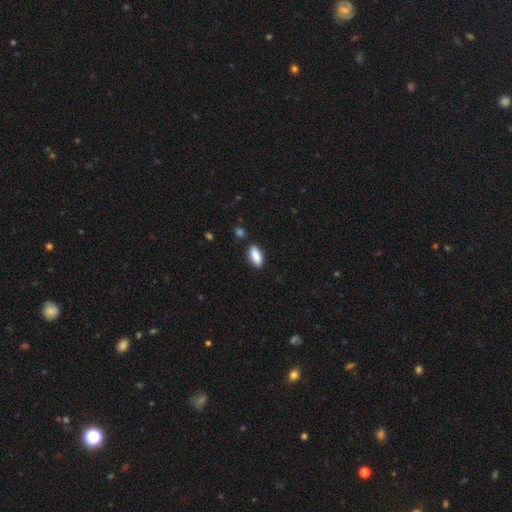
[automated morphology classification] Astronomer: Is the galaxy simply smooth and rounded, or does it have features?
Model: smooth — 88%.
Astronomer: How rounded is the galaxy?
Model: in between — 84%.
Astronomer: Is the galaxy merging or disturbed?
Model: none — 85%.